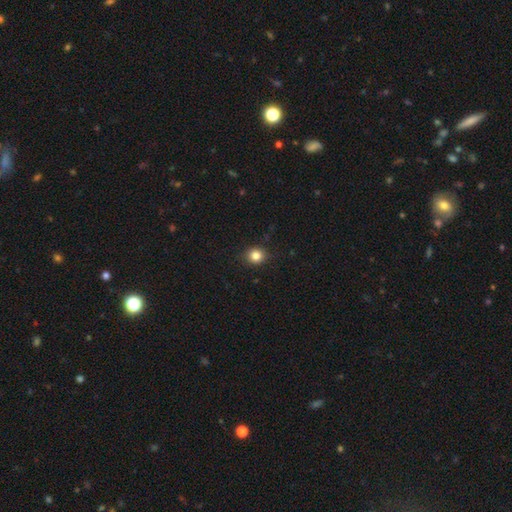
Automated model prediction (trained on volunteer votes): smooth 84%, star or artifact 11%, featured or disk 5%. Down the decision tree: how rounded — round (84%); merging — none (89%).